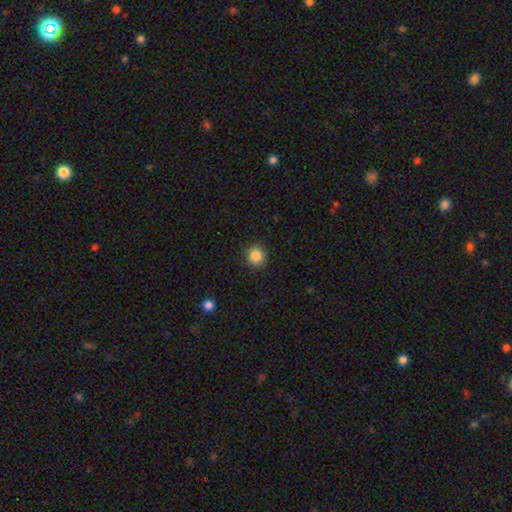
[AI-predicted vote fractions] Q: Smooth or featured?
A: smooth (86%); runner-up: star or artifact (10%)
Q: How rounded?
A: round (90%); runner-up: in between (9%)
Q: Merging?
A: none (91%); runner-up: minor disturbance (6%)